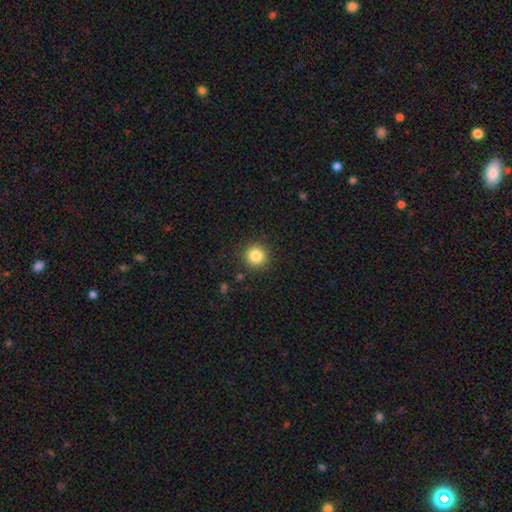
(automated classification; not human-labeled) smooth 84%, star or artifact 11%, featured or disk 5%. Down the decision tree: how rounded — round (95%); merging — none (90%).